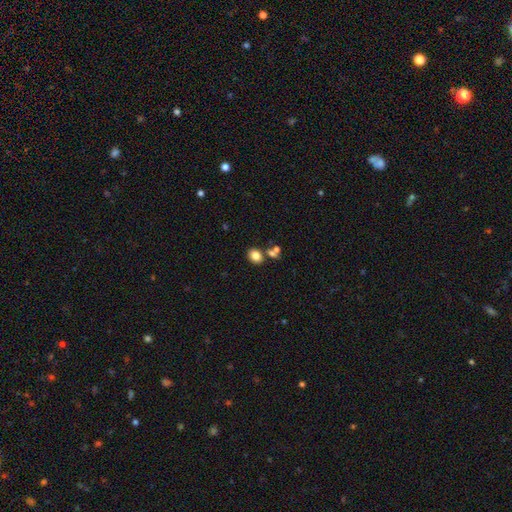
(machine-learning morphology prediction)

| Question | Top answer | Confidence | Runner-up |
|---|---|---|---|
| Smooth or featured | smooth | 82% | star or artifact (11%) |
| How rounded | in between | 61% | round (38%) |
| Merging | none | 69% | merger (16%) |